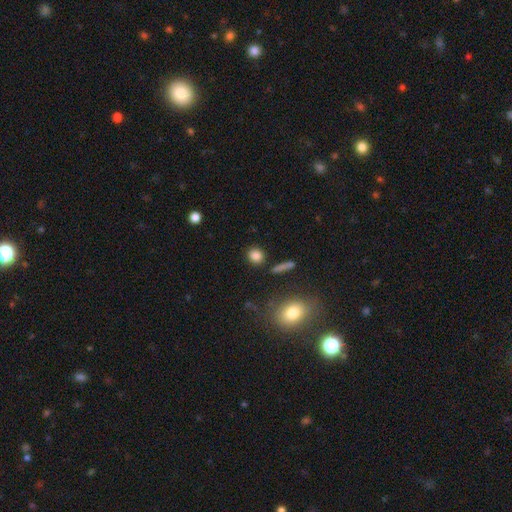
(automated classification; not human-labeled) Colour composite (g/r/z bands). It shows a smooth galaxy with no disk features (84%) that is round (77%). Merging: none (86%).